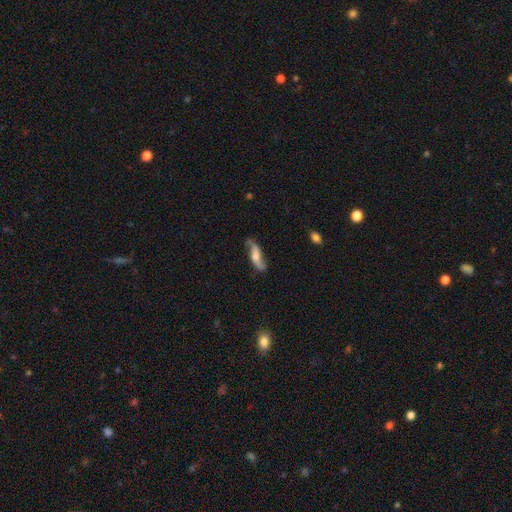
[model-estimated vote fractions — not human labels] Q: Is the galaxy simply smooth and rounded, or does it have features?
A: featured or disk — 71%.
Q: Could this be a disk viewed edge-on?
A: no — 79%.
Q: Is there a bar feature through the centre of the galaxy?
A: no — 47%.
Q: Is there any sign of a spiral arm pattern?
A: yes — 93%.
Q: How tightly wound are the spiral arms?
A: loose — 84%.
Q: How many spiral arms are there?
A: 2 — 90%.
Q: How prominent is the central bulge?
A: moderate — 37%.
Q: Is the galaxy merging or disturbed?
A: none — 70%.